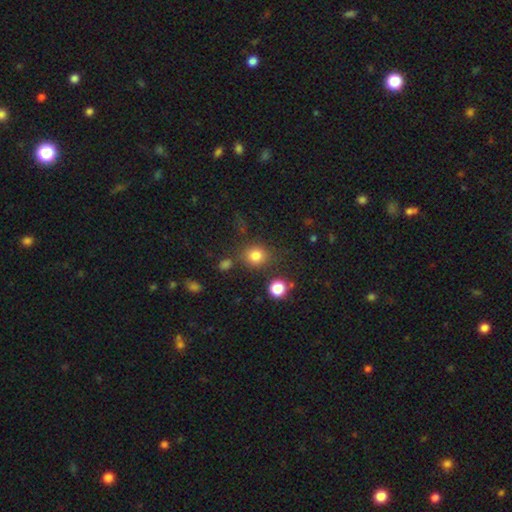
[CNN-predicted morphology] A smooth galaxy with no disk features (81%) that is round (81%).

Vote fractions:
- Smooth or featured? smooth: 81% / star or artifact: 13% / featured or disk: 6%
- How rounded? round: 81% / in between: 18% / cigar-shaped: 1%
- Merging? none: 77% / minor disturbance: 11% / merger: 7% / major disturbance: 5%